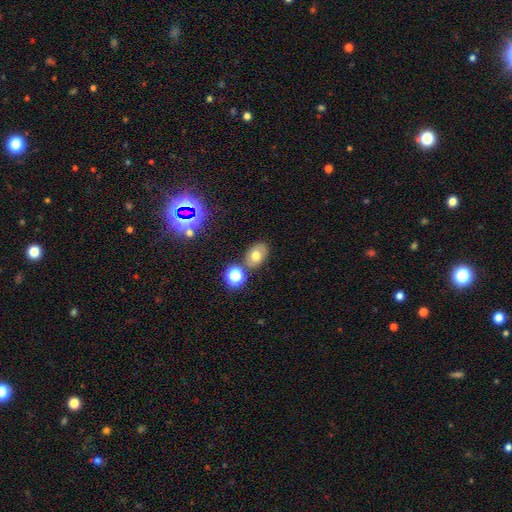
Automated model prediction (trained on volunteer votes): Smooth or featured? smooth (63%)
How rounded? in between (76%)
Merging? none (74%)